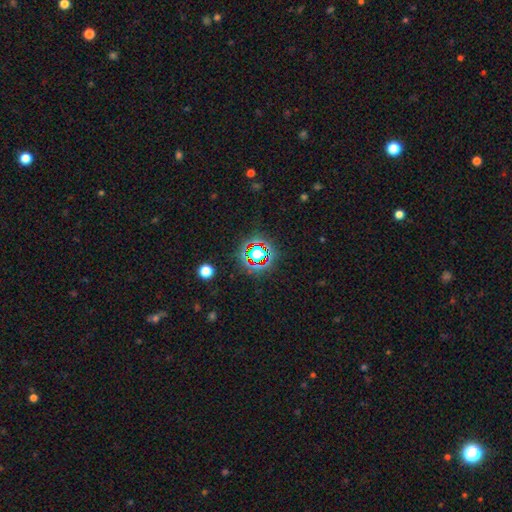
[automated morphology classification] The model was most divided on "smooth or featured": star or artifact: 67%, smooth: 22%, featured or disk: 11%.